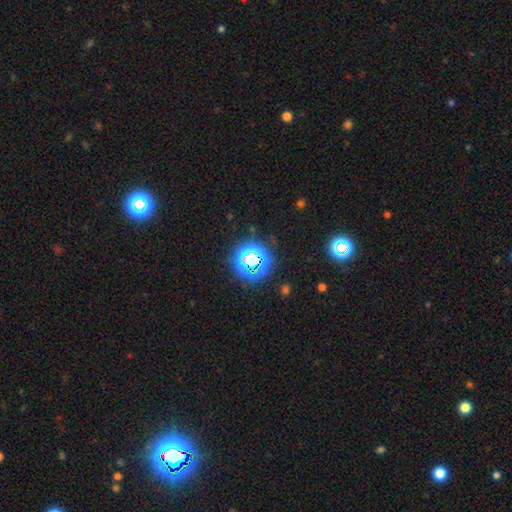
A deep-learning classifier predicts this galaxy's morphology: smooth-or-featured: star or artifact: 73% | smooth: 18% | featured or disk: 8%